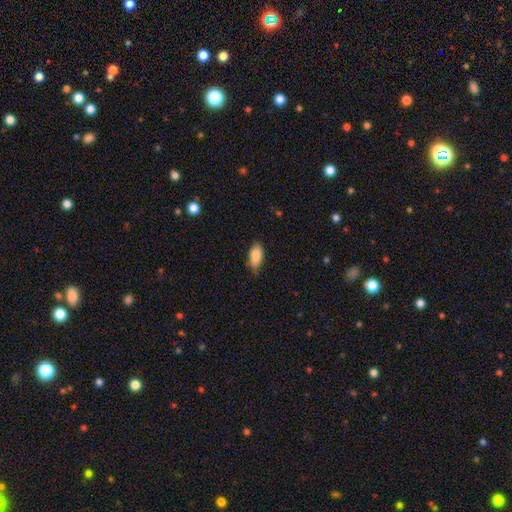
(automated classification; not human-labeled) smooth_or_featured: smooth (p=0.88) [alt: star or artifact p=0.07]
how_rounded: in between (p=0.92) [alt: cigar-shaped p=0.05]
merging: none (p=0.65) [alt: minor disturbance p=0.29]